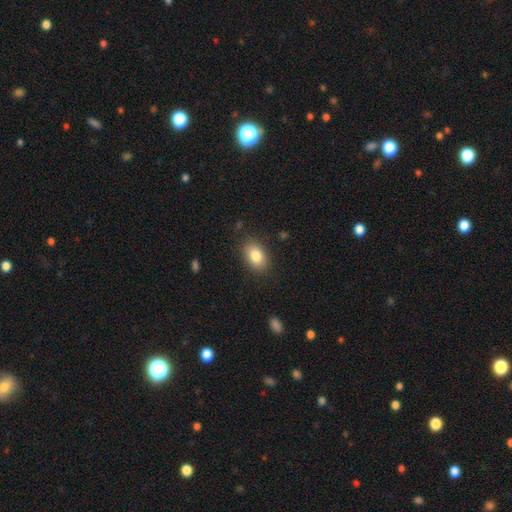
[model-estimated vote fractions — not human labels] Overall: smooth (83%). How rounded: in between (86%). Merging: none (86%).